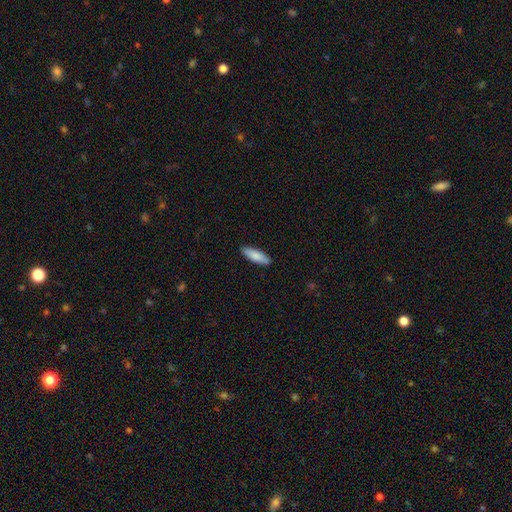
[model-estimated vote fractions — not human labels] smooth-or-featured: smooth: 85% | featured or disk: 10% | star or artifact: 5%
  how-rounded: in between: 50% | cigar-shaped: 49% | round: 2%
  merging: none: 90% | minor disturbance: 8% | major disturbance: 2% | merger: 1%